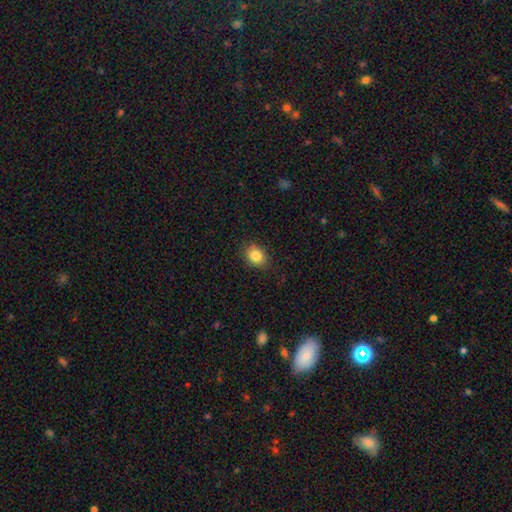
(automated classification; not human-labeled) Smooth or featured: smooth — 85% (star or artifact — 9%)
How rounded: in between — 53% (round — 46%)
Merging: none — 87% (minor disturbance — 10%)